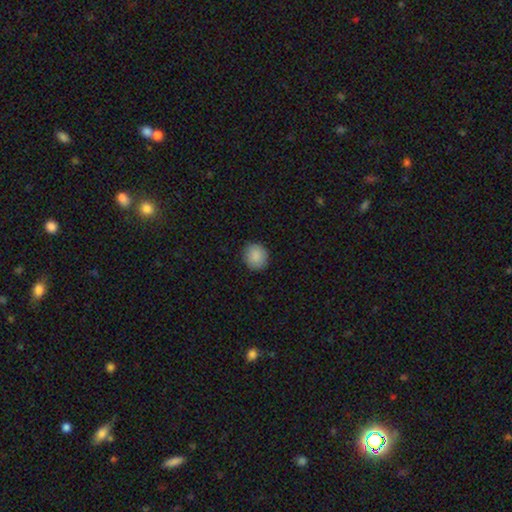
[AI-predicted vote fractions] This appears to be a smooth galaxy with no disk features (89%) that is round (85%). Merging: none (89%).